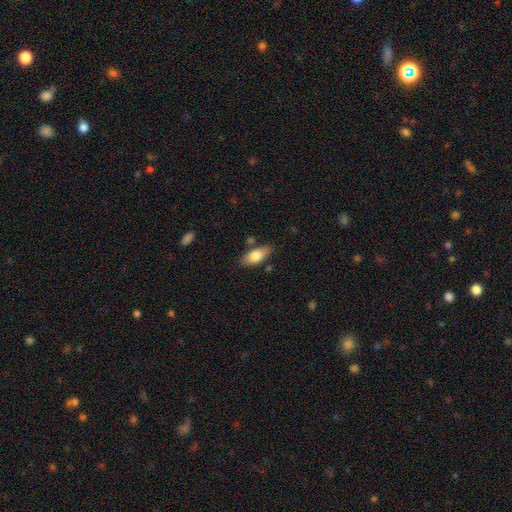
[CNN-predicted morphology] smooth_or_featured: smooth (p=0.75) [alt: featured or disk p=0.18]
how_rounded: in between (p=0.86) [alt: cigar-shaped p=0.11]
merging: none (p=0.75) [alt: minor disturbance p=0.16]